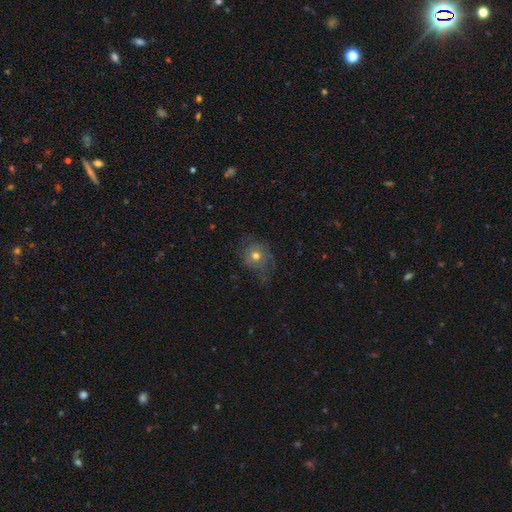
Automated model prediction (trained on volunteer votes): smooth-or-featured: smooth: 60% | featured or disk: 28% | star or artifact: 13%
  how-rounded: round: 82% | in between: 17% | cigar-shaped: 1%
  merging: none: 58% | minor disturbance: 23% | major disturbance: 17% | merger: 1%